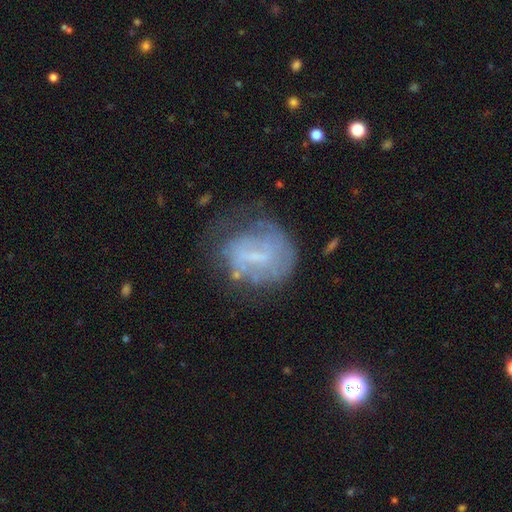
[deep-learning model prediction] The model was most divided on "bulge size": small: 42%, none: 38%, moderate: 17%, large: 2%, dominant: 1%. Remaining: edge-on disk — no (96%); spiral arms — no (56%); smooth or featured — featured or disk (55%); bar — weak (48%); merging — none (47%).